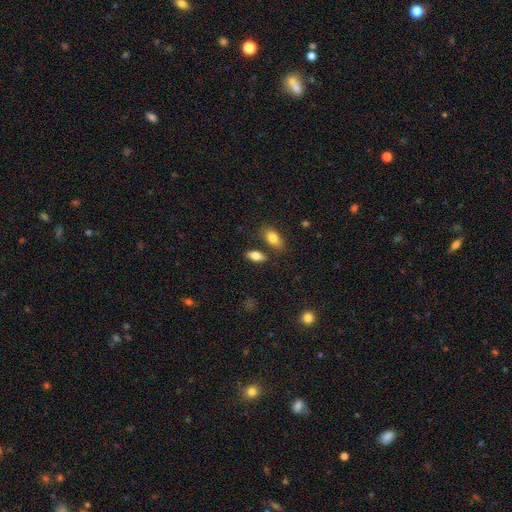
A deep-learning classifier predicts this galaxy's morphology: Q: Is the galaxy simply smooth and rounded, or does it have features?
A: smooth — 81%.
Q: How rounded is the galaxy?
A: in between — 86%.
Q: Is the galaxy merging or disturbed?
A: none — 75%.